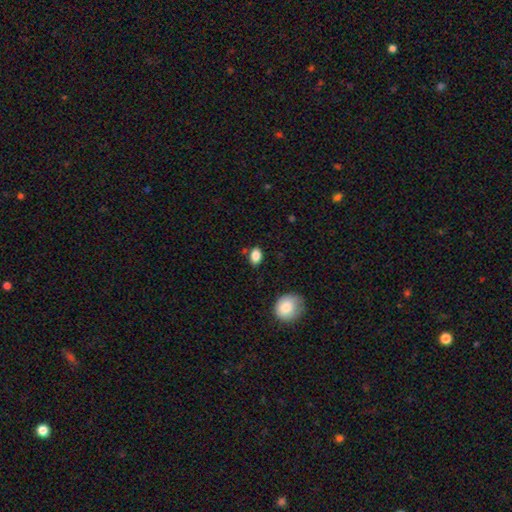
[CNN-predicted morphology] smooth 86%, star or artifact 9%, featured or disk 5%. Down the decision tree: how rounded — in between (81%); merging — none (79%).